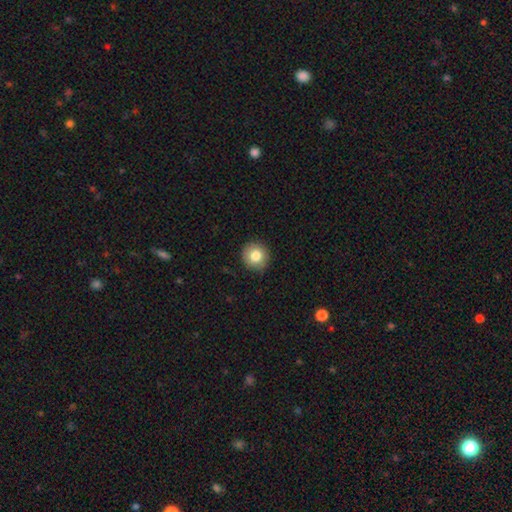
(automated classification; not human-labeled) Smooth or featured? smooth (82%)
How rounded? round (93%)
Merging? none (91%)